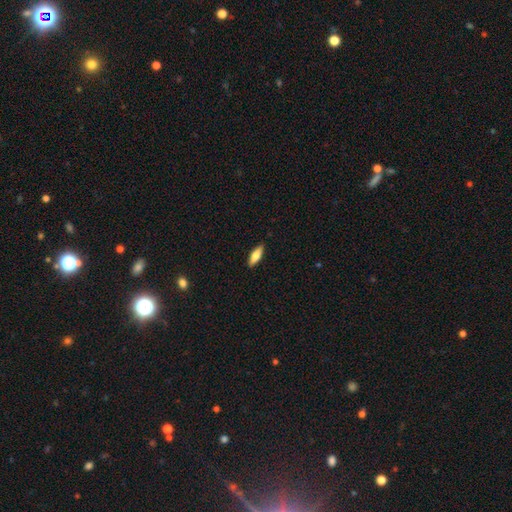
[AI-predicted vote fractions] smooth 71%, featured or disk 23%, star or artifact 6%. Down the decision tree: how rounded — in between (55%); merging — none (89%).